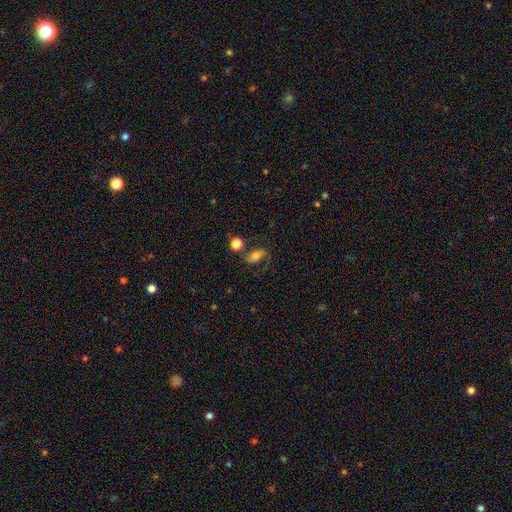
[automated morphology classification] This appears to be a smooth galaxy with no disk features (49%). Merging: none (59%).